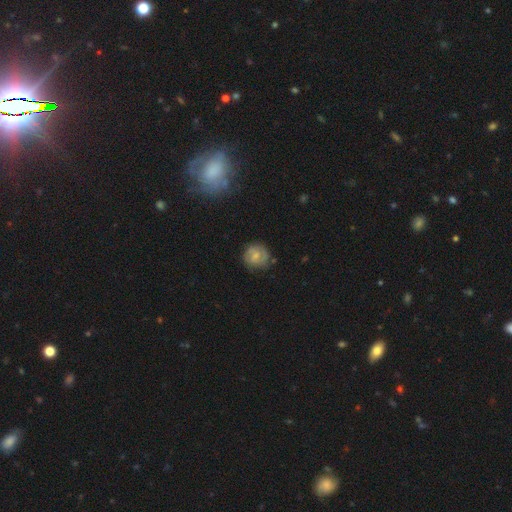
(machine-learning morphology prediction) smooth 49%, featured or disk 43%, star or artifact 8%. Down the decision tree: merging — none (71%).